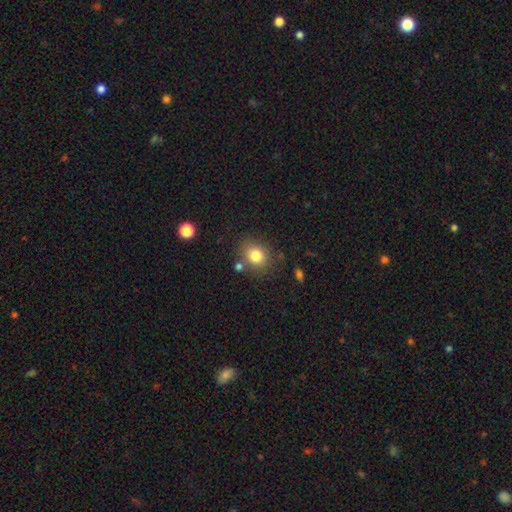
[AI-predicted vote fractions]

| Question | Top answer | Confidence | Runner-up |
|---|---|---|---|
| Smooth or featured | smooth | 80% | star or artifact (11%) |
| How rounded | round | 66% | in between (33%) |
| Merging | none | 76% | minor disturbance (12%) |